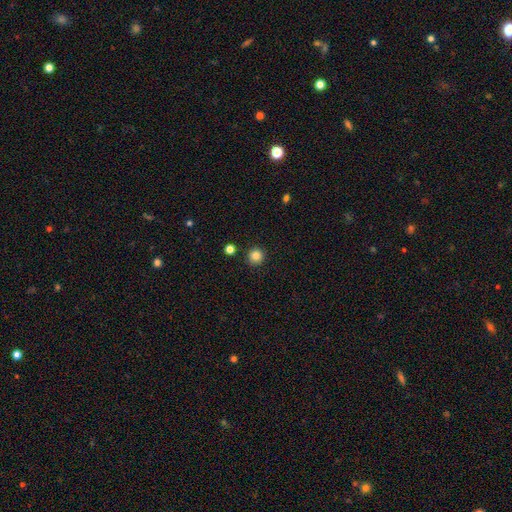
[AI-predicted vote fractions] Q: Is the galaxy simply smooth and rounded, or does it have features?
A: smooth — 83%.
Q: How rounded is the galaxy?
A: round — 95%.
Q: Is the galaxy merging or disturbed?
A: none — 92%.